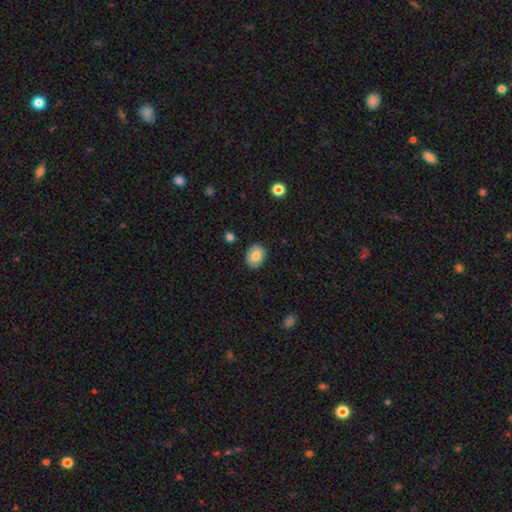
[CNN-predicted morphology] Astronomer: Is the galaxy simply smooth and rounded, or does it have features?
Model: smooth — 80%.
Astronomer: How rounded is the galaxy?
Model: in between — 53% (runner-up: round, 46%).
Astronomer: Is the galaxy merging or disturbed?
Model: none — 88%.